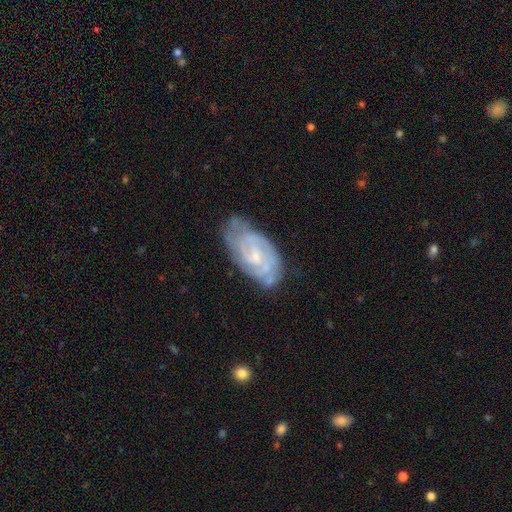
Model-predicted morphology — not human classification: Smooth or featured? featured or disk (79%)
Edge-on disk? no (96%)
Bar? no (48%)
Spiral arms? yes (91%)
Spiral winding? tight (59%)
Spiral arm count? 2 (39%)
Bulge size? small (62%)
Merging? none (61%)